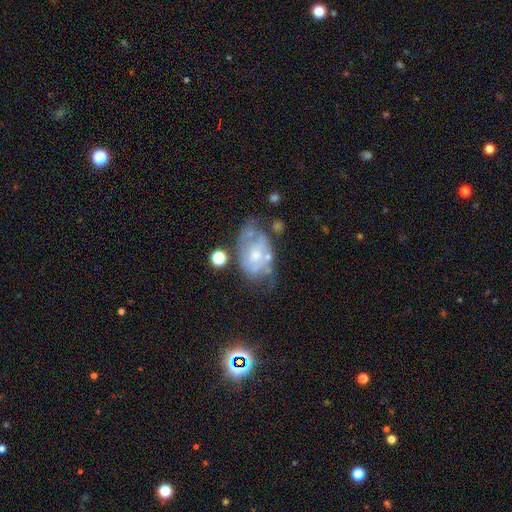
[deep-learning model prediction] smooth-or-featured: featured or disk: 68% | smooth: 24% | star or artifact: 8%
  disk-edge-on: no: 96% | yes: 4%
    bar: no: 68% | weak: 27% | strong: 5%
    has-spiral-arms: yes: 67% | no: 33%
    bulge-size: moderate: 47% | small: 43% | none: 5% | large: 4% | dominant: 1%
  merging: none: 41% | minor disturbance: 28% | major disturbance: 21% | merger: 10%